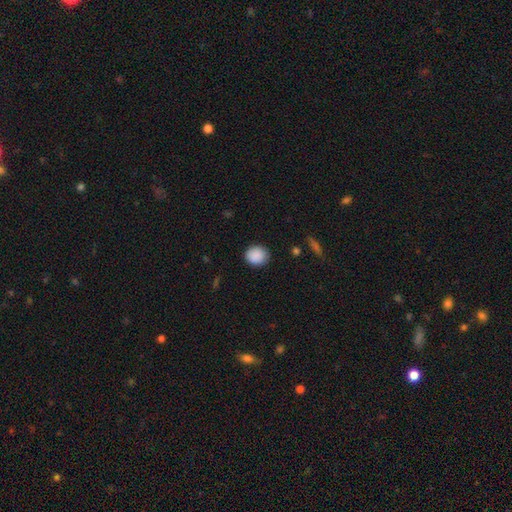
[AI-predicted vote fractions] A smooth galaxy with no disk features (90%) that is round (82%).

Vote fractions:
- Smooth or featured? smooth: 90% / star or artifact: 8% / featured or disk: 3%
- How rounded? round: 82% / in between: 17% / cigar-shaped: 1%
- Merging? none: 88% / minor disturbance: 9% / major disturbance: 2% / merger: 1%